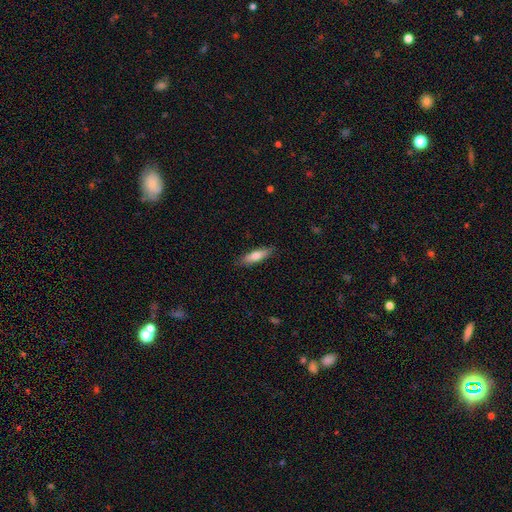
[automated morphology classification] This is likely a smooth galaxy (73%). How rounded: likely cigar-shaped (60%). Merging: clearly none (86%).